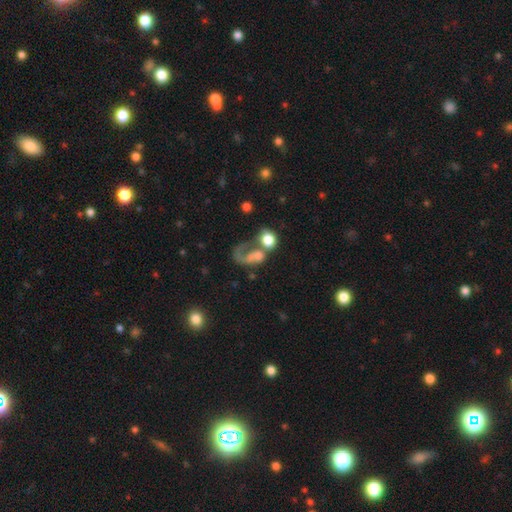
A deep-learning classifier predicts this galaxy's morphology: Smooth or featured? featured or disk (44%)
Merging? merger (37%)